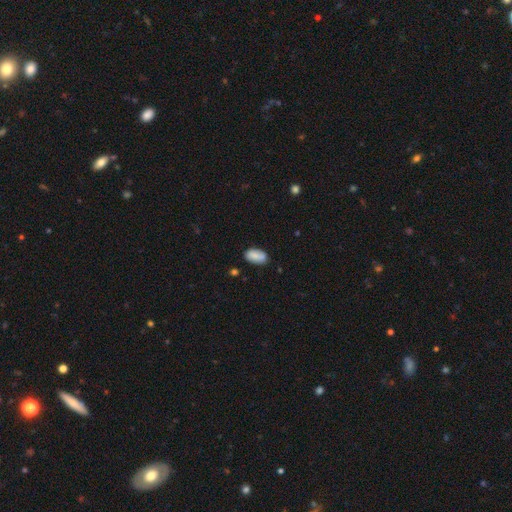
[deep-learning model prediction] Smooth or featured: smooth — 78% (featured or disk — 14%)
How rounded: in between — 93% (round — 5%)
Merging: none — 67% (minor disturbance — 21%)